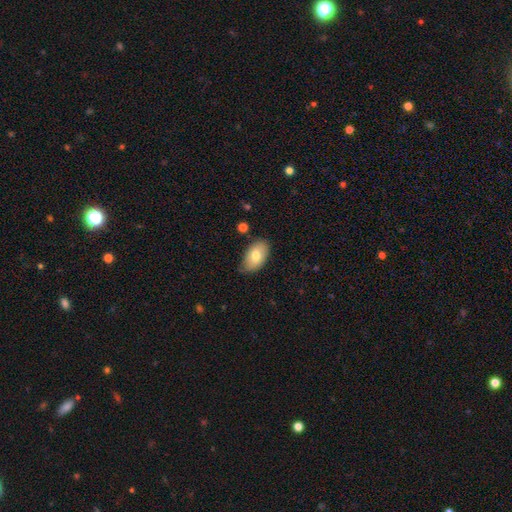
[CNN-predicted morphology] smooth_or_featured: smooth (p=0.76) [alt: featured or disk p=0.18]
how_rounded: in between (p=0.93) [alt: round p=0.05]
merging: none (p=0.77) [alt: minor disturbance p=0.18]